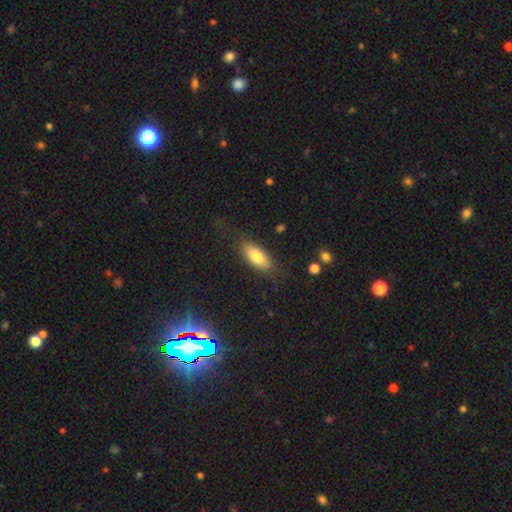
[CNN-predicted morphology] Smooth or featured? Predicted: smooth (p=0.78). How rounded? Predicted: in between (p=0.82). Merging? Predicted: none (p=0.79).